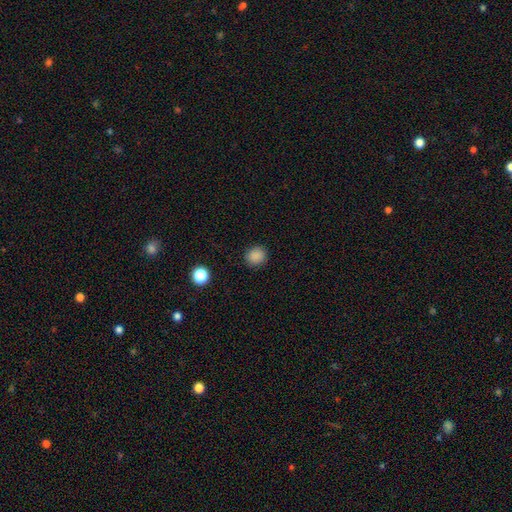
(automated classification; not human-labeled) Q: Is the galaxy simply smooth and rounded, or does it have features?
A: smooth — 86%.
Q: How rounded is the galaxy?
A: round — 79%.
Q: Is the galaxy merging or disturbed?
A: none — 89%.